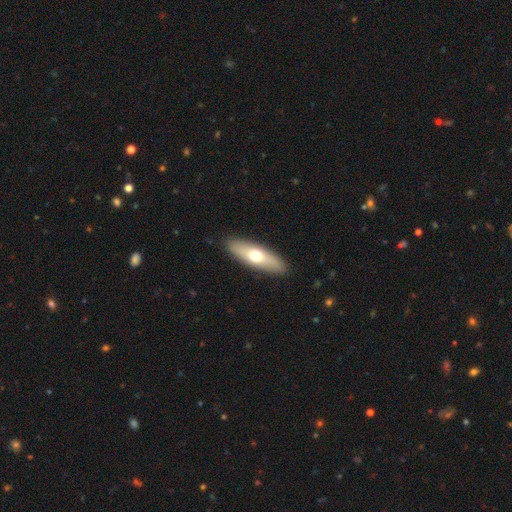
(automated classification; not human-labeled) Overall: smooth (60%; featured or disk 34%). How rounded: in between (51%; cigar-shaped 46%). Merging: none (89%).